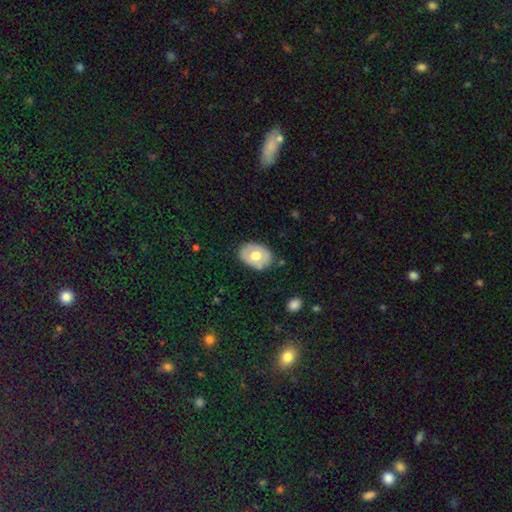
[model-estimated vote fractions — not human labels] smooth_or_featured: smooth (p=0.55) [alt: featured or disk p=0.39]
how_rounded: in between (p=0.76) [alt: round p=0.23]
merging: none (p=0.80) [alt: minor disturbance p=0.15]